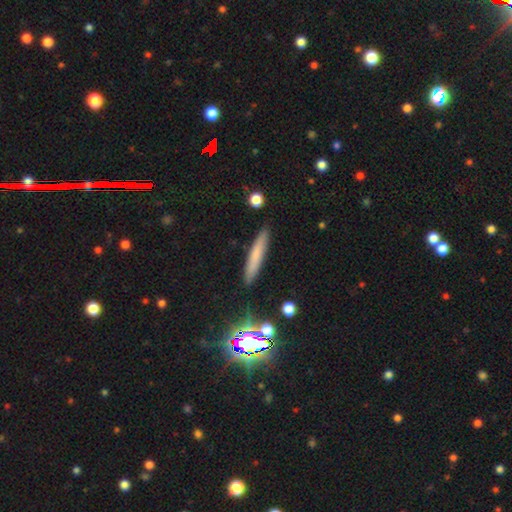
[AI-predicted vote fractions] Q: Smooth or featured?
A: smooth (68%); runner-up: featured or disk (21%)
Q: How rounded?
A: cigar-shaped (93%); runner-up: in between (6%)
Q: Merging?
A: none (89%); runner-up: minor disturbance (7%)